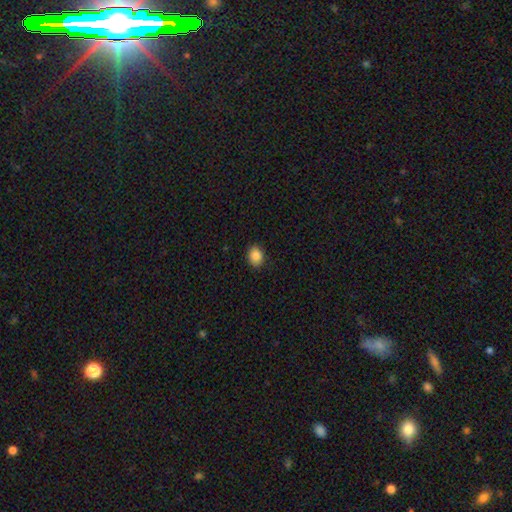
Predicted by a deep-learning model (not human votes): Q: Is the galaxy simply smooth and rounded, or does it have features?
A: smooth — 86%.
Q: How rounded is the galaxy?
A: in between — 55%.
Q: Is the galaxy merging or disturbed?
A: none — 88%.